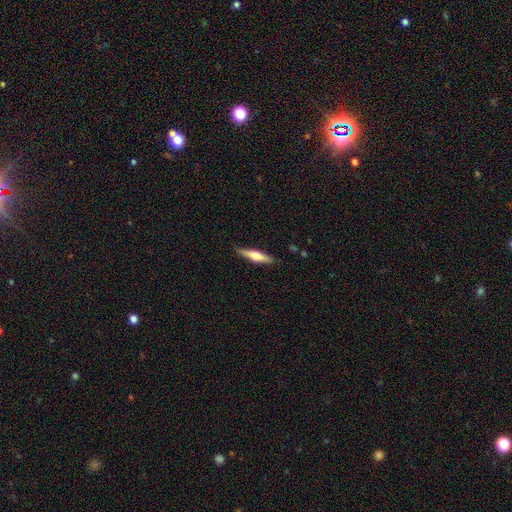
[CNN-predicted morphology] Smooth or featured? Predicted: featured or disk (p=0.51). Edge-on disk? Predicted: yes (p=0.95). Merging? Predicted: none (p=0.88).